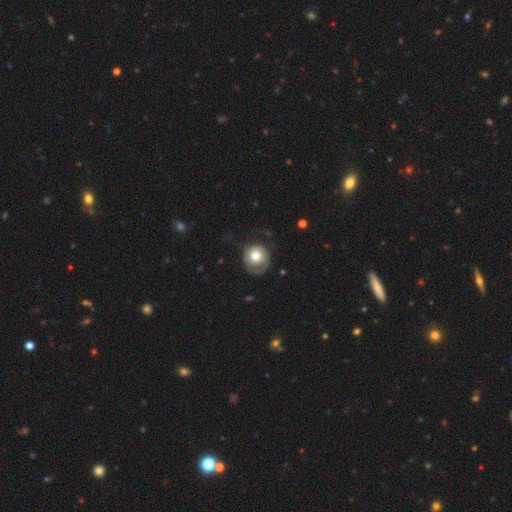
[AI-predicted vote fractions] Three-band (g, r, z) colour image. It shows a smooth galaxy with no disk features (64%) that is round (87%). Merging: none (57%).